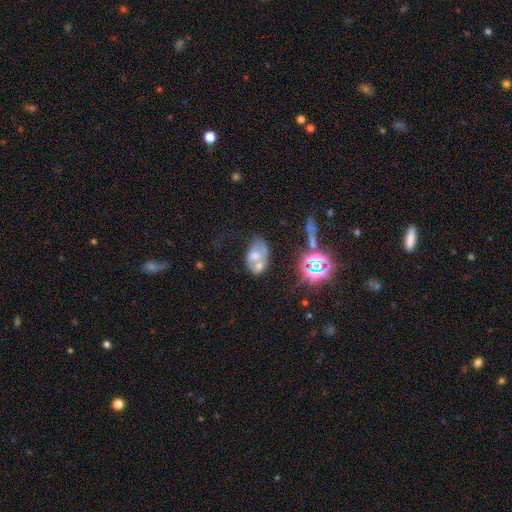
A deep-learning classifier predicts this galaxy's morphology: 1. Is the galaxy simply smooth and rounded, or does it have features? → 43% smooth, 42% featured or disk, 15% star or artifact.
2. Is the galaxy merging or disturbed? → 49% merger, 23% none, 15% minor disturbance, 13% major disturbance.